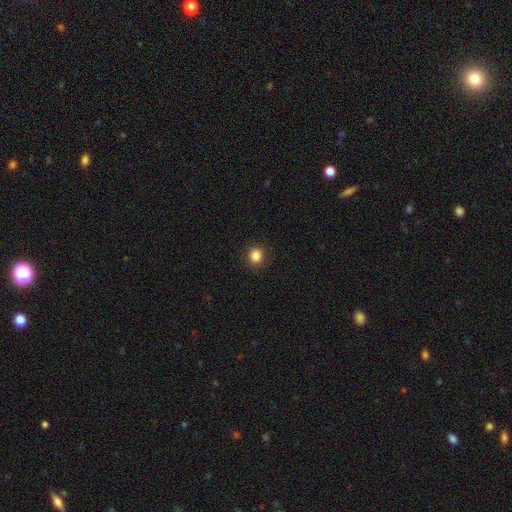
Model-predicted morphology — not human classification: smooth-or-featured: smooth: 86% | star or artifact: 11% | featured or disk: 3%
  how-rounded: round: 77% | in between: 22% | cigar-shaped: 1%
  merging: none: 90% | minor disturbance: 7% | major disturbance: 2% | merger: 1%